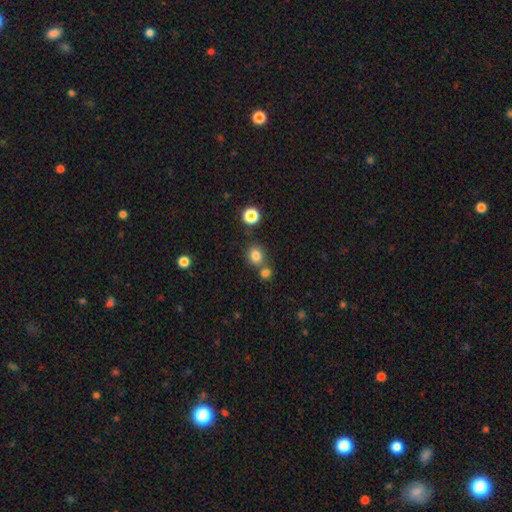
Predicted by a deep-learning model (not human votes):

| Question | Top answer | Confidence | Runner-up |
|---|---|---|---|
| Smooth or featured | smooth | 81% | star or artifact (13%) |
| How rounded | round | 70% | in between (29%) |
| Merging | none | 63% | merger (24%) |